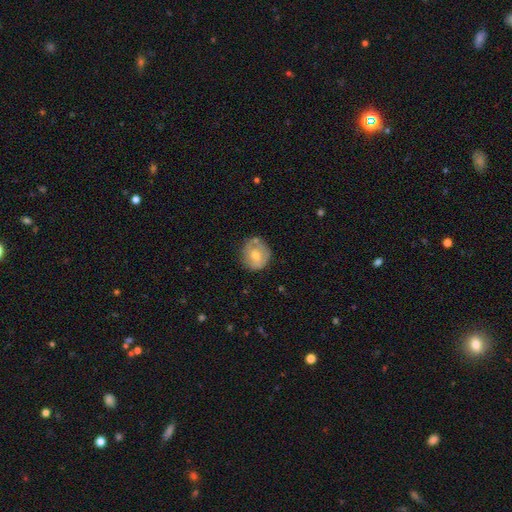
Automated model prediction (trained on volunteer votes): Q: Smooth or featured?
A: smooth (59%); runner-up: featured or disk (34%)
Q: How rounded?
A: round (83%); runner-up: in between (16%)
Q: Merging?
A: none (63%); runner-up: minor disturbance (24%)